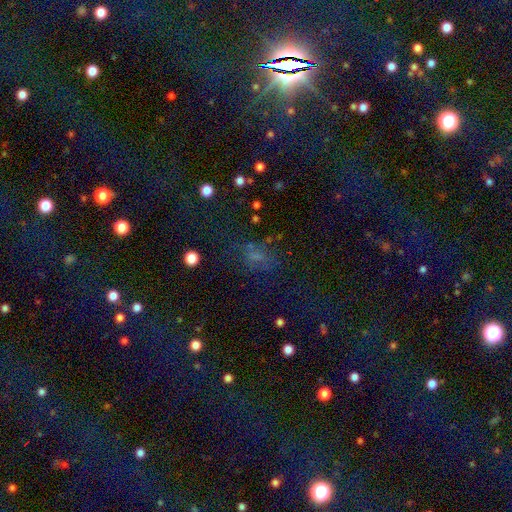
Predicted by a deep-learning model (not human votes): A smooth galaxy with no disk features (45%). Merging: none (56%).